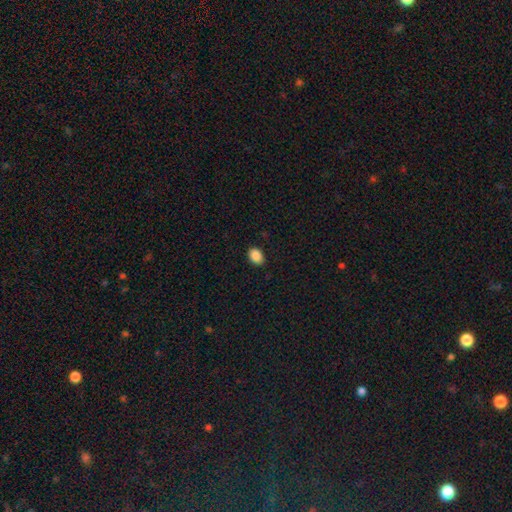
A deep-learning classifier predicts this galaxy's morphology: Smooth or featured? smooth (89%)
How rounded? in between (74%)
Merging? none (89%)